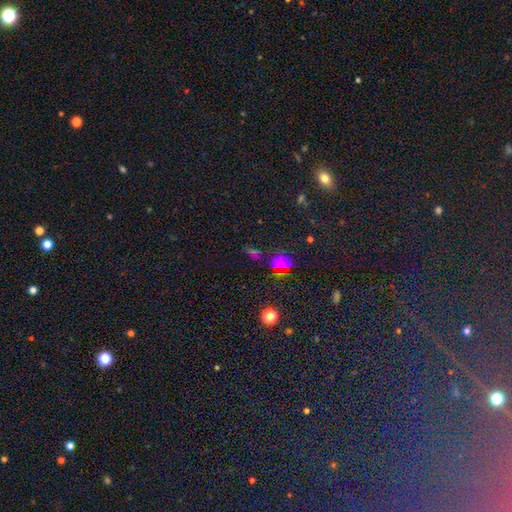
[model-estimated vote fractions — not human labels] A star or artifact, not a galaxy (59%).

Vote fractions:
- Smooth or featured? star or artifact: 59% / smooth: 30% / featured or disk: 11%